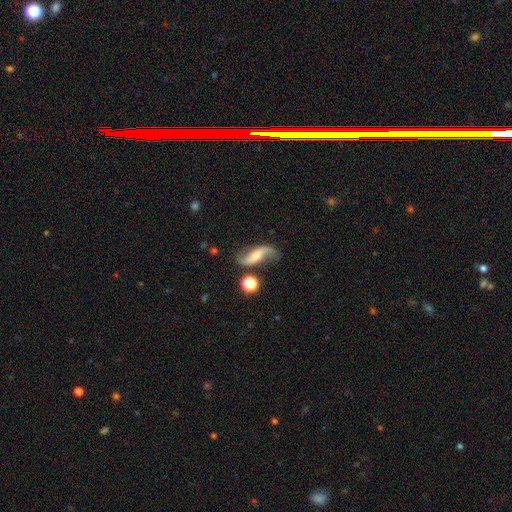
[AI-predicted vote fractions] A featured or disk galaxy (78%) with no bar (47%), 2 (90%) loose (86%) spiral arms (94%) and a moderate central bulge (45%). Merging: none (68%).